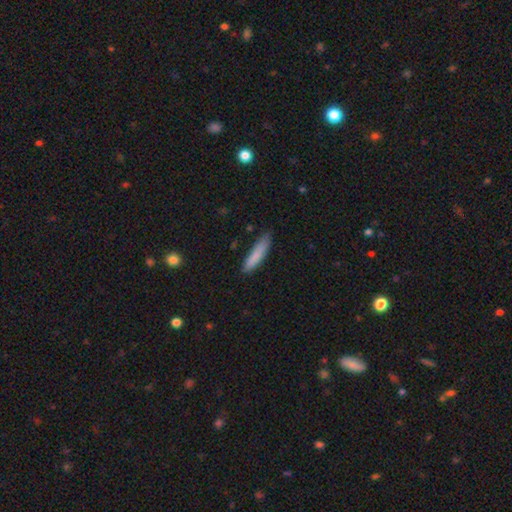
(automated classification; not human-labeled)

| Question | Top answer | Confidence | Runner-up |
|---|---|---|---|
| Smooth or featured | smooth | 84% | featured or disk (10%) |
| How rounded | cigar-shaped | 84% | in between (15%) |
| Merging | none | 78% | minor disturbance (17%) |